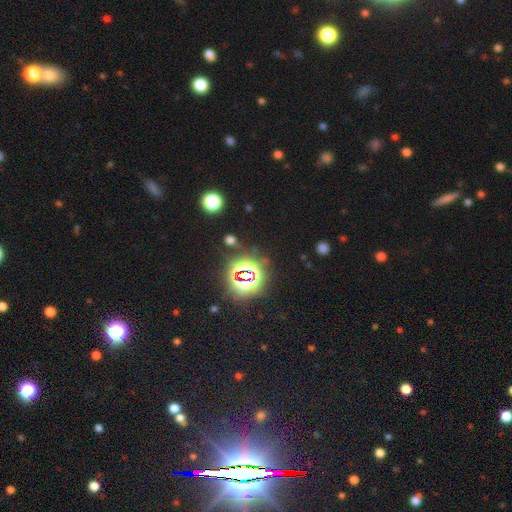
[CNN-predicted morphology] Q: Smooth or featured?
A: star or artifact (81%); runner-up: smooth (12%)